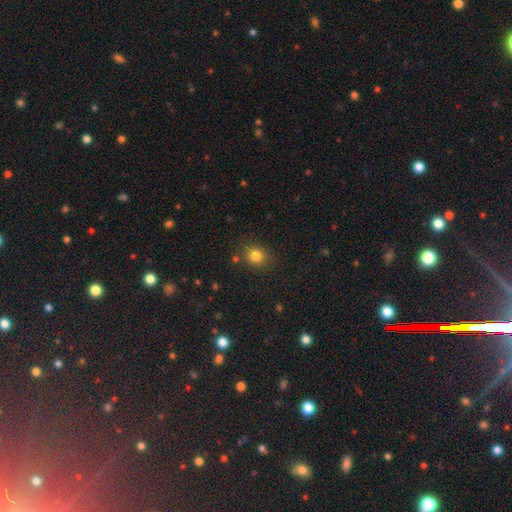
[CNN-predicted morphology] Q: Smooth or featured?
A: smooth (82%); runner-up: star or artifact (13%)
Q: How rounded?
A: round (80%); runner-up: in between (19%)
Q: Merging?
A: none (85%); runner-up: minor disturbance (9%)